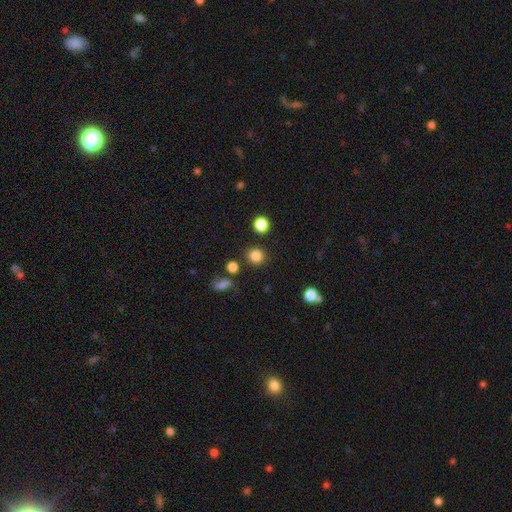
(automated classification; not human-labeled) Smooth or featured? smooth (83%)
How rounded? round (90%)
Merging? none (85%)